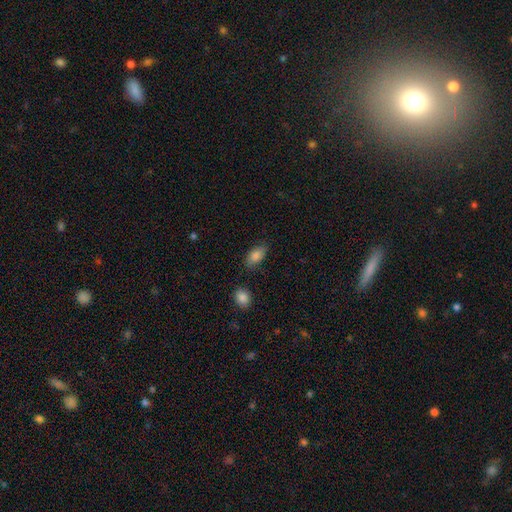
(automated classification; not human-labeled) Smooth or featured: smooth — 84% (featured or disk — 8%)
How rounded: in between — 91% (round — 5%)
Merging: none — 79% (minor disturbance — 15%)